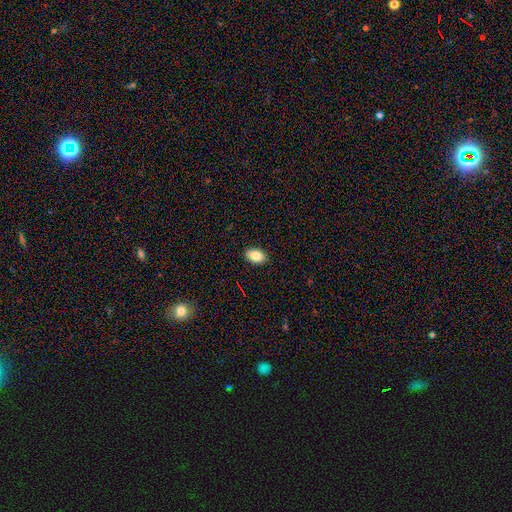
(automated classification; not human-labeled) Smooth or featured?
  - smooth: 85% *
  - star or artifact: 8%
  - featured or disk: 7%
How rounded?
  - in between: 89% *
  - round: 10%
  - cigar-shaped: 1%
Merging?
  - none: 90% *
  - minor disturbance: 8%
  - major disturbance: 2%
  - merger: 1%